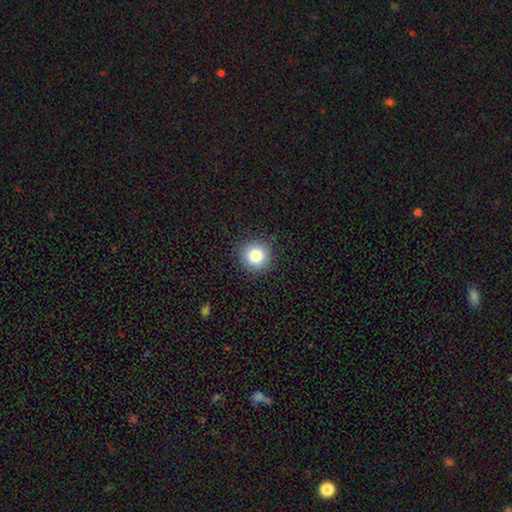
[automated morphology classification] Overall: smooth (82%). How rounded: round (93%). Merging: none (90%).